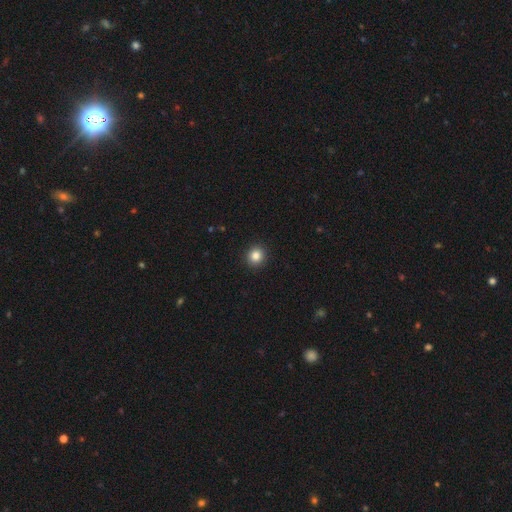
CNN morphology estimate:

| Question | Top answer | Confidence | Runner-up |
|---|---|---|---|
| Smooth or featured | smooth | 84% | star or artifact (11%) |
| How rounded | round | 93% | in between (6%) |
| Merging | none | 93% | minor disturbance (5%) |